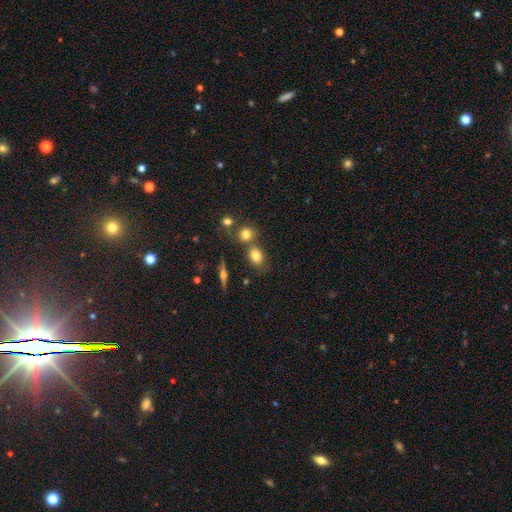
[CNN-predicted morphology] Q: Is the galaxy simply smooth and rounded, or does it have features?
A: smooth — 78%.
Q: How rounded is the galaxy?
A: in between — 61%.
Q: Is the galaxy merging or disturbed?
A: none — 62%.